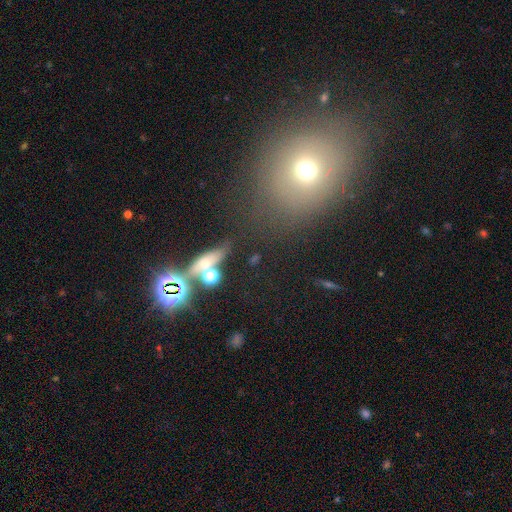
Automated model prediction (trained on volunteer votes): The model was most divided on "smooth or featured": smooth: 45%, star or artifact: 40%, featured or disk: 14%. More confident: merging — none (78%).